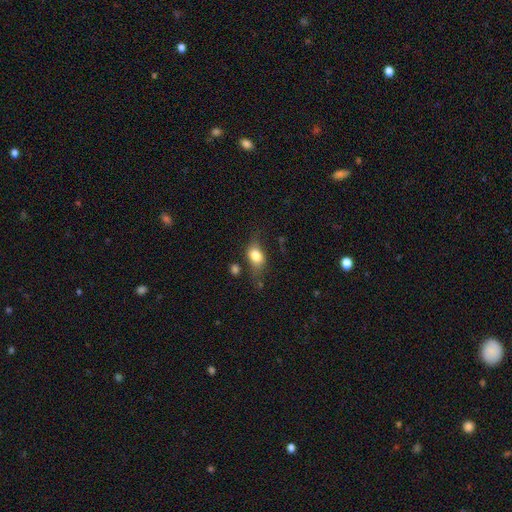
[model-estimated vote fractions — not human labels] Overall: smooth (74%). How rounded: in between (71%). Merging: none (57%; minor disturbance 26%).